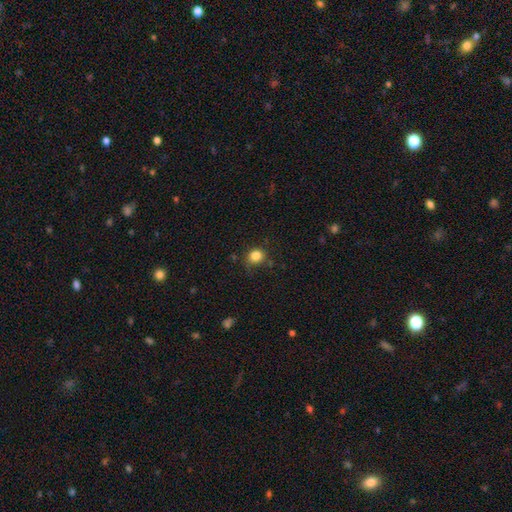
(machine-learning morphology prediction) smooth-or-featured: smooth: 84% | star or artifact: 11% | featured or disk: 5%
  how-rounded: round: 75% | in between: 24% | cigar-shaped: 1%
  merging: none: 73% | minor disturbance: 19% | major disturbance: 5% | merger: 3%